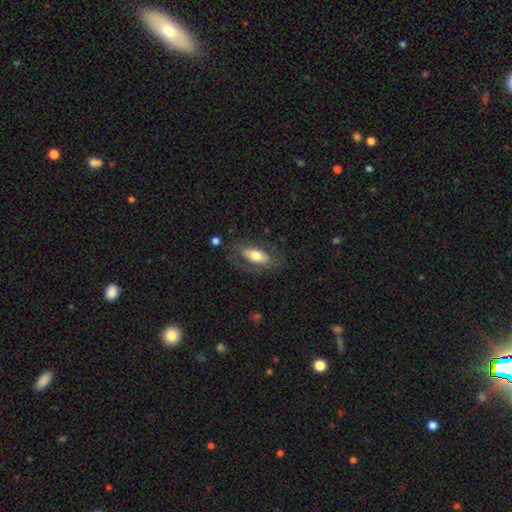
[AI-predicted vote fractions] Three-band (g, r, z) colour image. It shows a smooth galaxy with no disk features (53%) that is in between round and cigar-shaped (83%). Merging: none (68%).